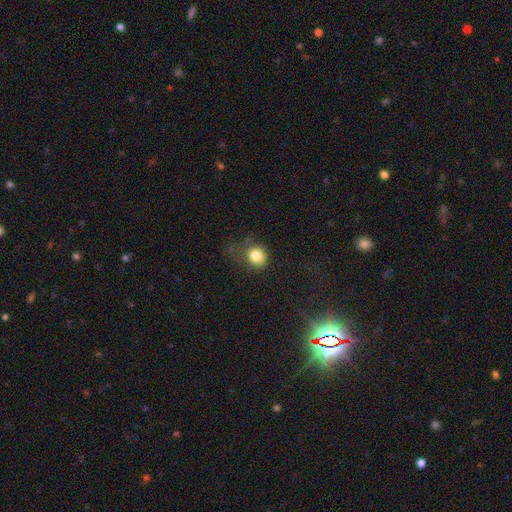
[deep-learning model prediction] Q: Smooth or featured?
A: smooth (81%); runner-up: star or artifact (12%)
Q: How rounded?
A: round (78%); runner-up: in between (21%)
Q: Merging?
A: none (63%); runner-up: minor disturbance (23%)